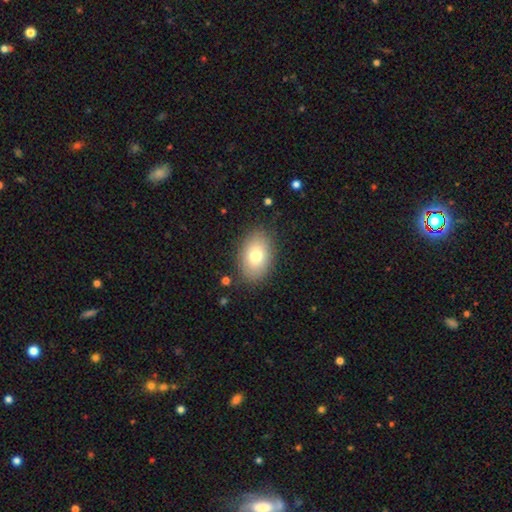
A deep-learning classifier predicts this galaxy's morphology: This appears to be a smooth galaxy with no disk features (75%) that is in between round and cigar-shaped (83%). Merging: none (84%).